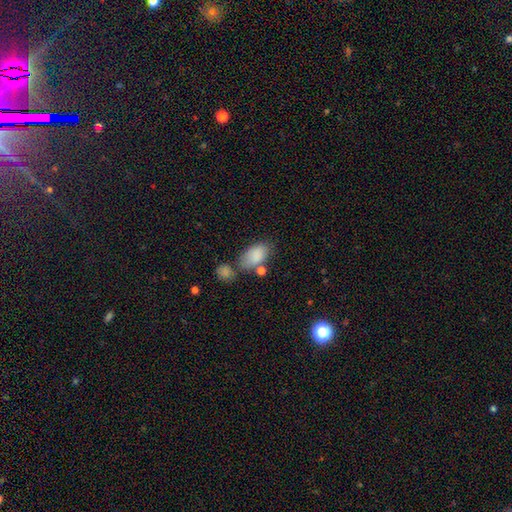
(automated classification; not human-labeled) smooth-or-featured: smooth: 85% | star or artifact: 8% | featured or disk: 7%
  how-rounded: in between: 93% | round: 5% | cigar-shaped: 2%
  merging: none: 55% | minor disturbance: 20% | merger: 18% | major disturbance: 8%